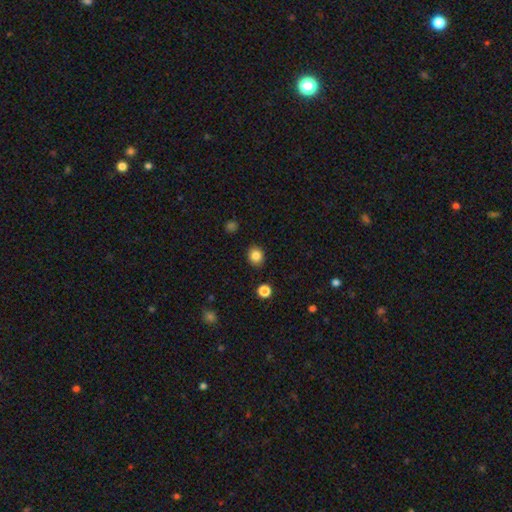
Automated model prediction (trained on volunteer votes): smooth_or_featured: smooth (p=0.84) [alt: star or artifact p=0.11]
how_rounded: round (p=0.73) [alt: in between p=0.26]
merging: none (p=0.89) [alt: minor disturbance p=0.07]